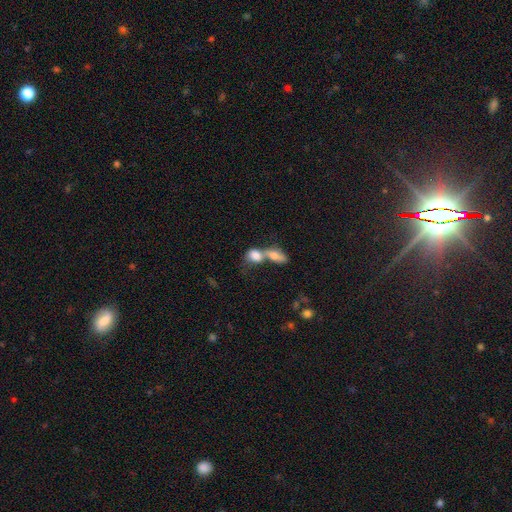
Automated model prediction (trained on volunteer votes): smooth-or-featured: smooth: 77% | featured or disk: 15% | star or artifact: 8%
  how-rounded: in between: 67% | round: 27% | cigar-shaped: 5%
  merging: merger: 76% | none: 13% | minor disturbance: 5% | major disturbance: 5%